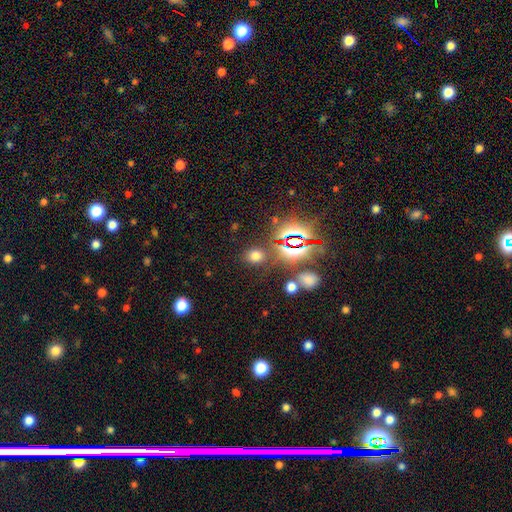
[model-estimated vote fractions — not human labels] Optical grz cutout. It shows a smooth galaxy with no disk features (64%) that is round (64%). Merging: none (81%).